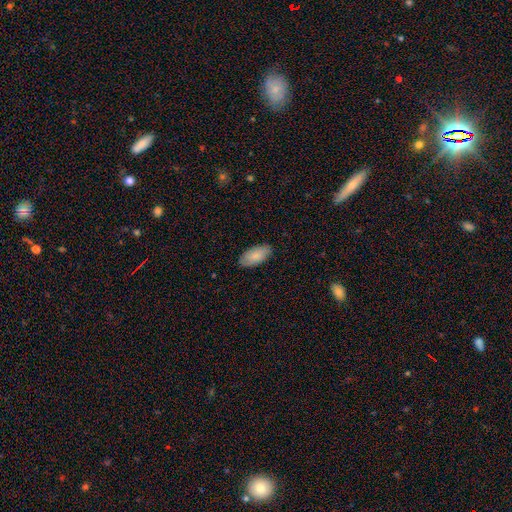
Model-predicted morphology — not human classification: A smooth galaxy with no disk features (84%) that is in between round and cigar-shaped (92%).

Vote fractions:
- Smooth or featured? smooth: 84% / featured or disk: 10% / star or artifact: 6%
- How rounded? in between: 92% / cigar-shaped: 6% / round: 2%
- Merging? none: 86% / minor disturbance: 11% / major disturbance: 2% / merger: 1%